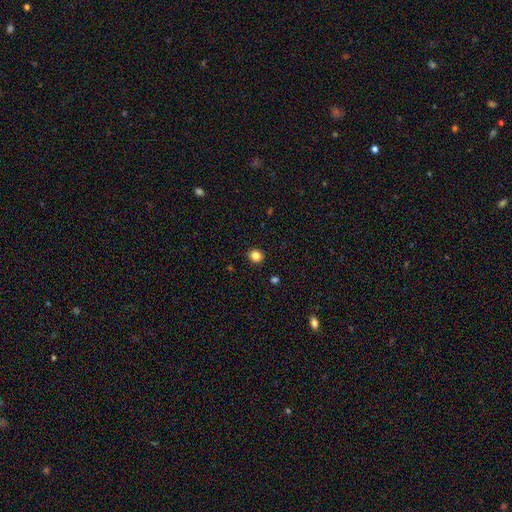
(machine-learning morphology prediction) A smooth galaxy with no disk features (84%) that is round (79%). Merging: none (91%).